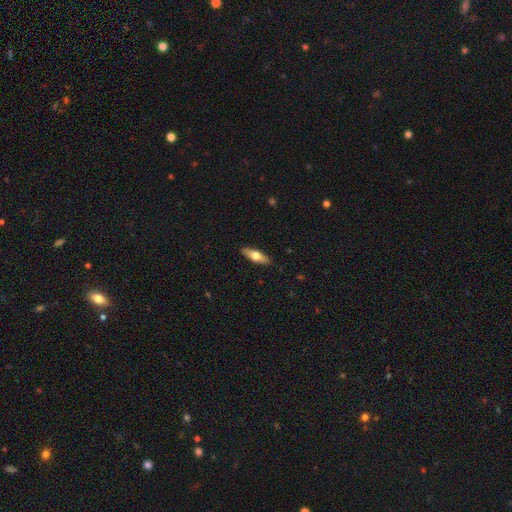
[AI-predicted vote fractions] A smooth galaxy with no disk features (57%) that is in between round and cigar-shaped (55%).

Vote fractions:
- Smooth or featured? smooth: 57% / featured or disk: 38% / star or artifact: 6%
- How rounded? in between: 55% / cigar-shaped: 43% / round: 3%
- Merging? none: 90% / minor disturbance: 8% / major disturbance: 2% / merger: 1%